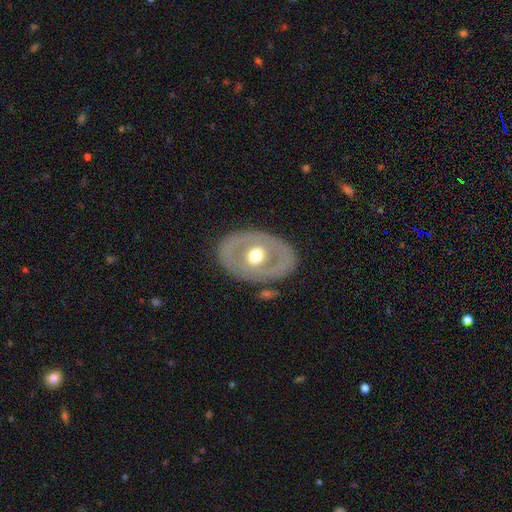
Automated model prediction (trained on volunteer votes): Smooth or featured?
  - featured or disk: 62% *
  - smooth: 33%
  - star or artifact: 5%
Edge-on disk?
  - no: 92% *
  - yes: 8%
Bar?
  - no: 73% *
  - weak: 19%
  - strong: 8%
Spiral arms?
  - no: 85% *
  - yes: 15%
Bulge size?
  - moderate: 74% *
  - large: 17%
  - small: 7%
  - dominant: 1%
  - none: 1%
Merging?
  - none: 82% *
  - minor disturbance: 11%
  - major disturbance: 5%
  - merger: 2%